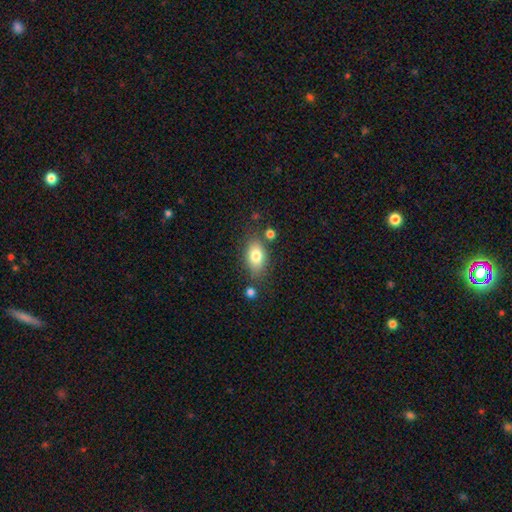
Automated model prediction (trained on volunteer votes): Smooth or featured? smooth (79%)
How rounded? in between (86%)
Merging? none (73%)